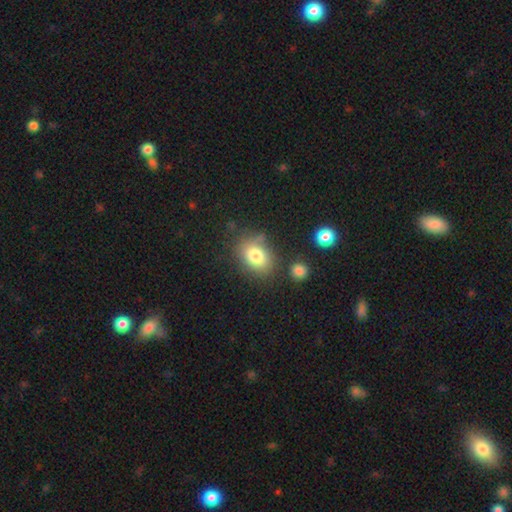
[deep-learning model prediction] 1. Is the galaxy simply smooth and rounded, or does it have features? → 79% smooth, 11% featured or disk, 10% star or artifact.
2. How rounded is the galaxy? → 72% in between, 27% round, 1% cigar-shaped.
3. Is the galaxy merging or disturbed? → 70% none, 16% minor disturbance, 8% merger, 6% major disturbance.